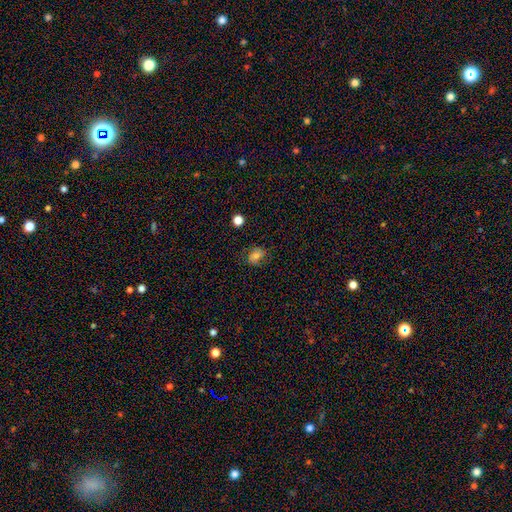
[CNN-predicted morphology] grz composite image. It shows a smooth galaxy with no disk features (57%) that is in between round and cigar-shaped (55%). Merging: none (72%).